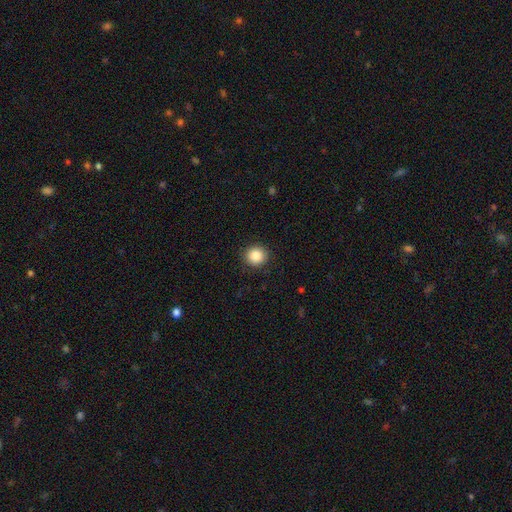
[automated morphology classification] smooth 86%, star or artifact 9%, featured or disk 5%. Down the decision tree: how rounded — round (91%); merging — none (92%).